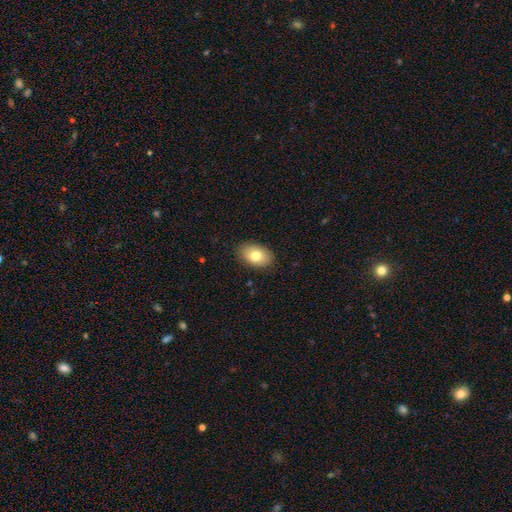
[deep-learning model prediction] This is likely a smooth galaxy (78%). How rounded: clearly in between (89%). Merging: clearly none (87%).